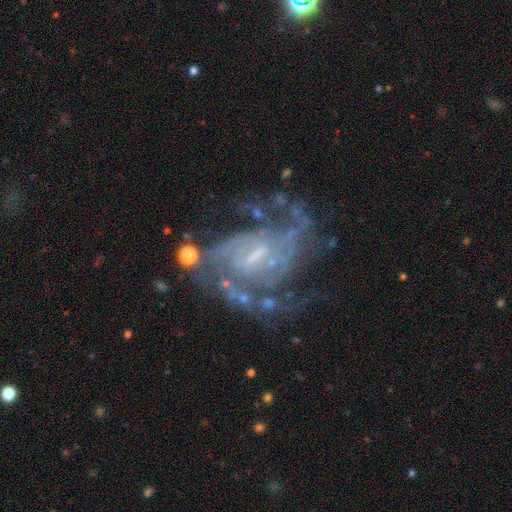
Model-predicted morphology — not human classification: smooth-or-featured: featured or disk: 88% | star or artifact: 7% | smooth: 5%
  disk-edge-on: no: 98% | yes: 2%
    bar: weak: 56% | no: 22% | strong: 22%
    has-spiral-arms: yes: 95% | no: 5%
      spiral-winding: medium: 49% | tight: 35% | loose: 16%
      spiral-arm-count: 2: 45% | can't tell: 21% | 3: 17% | 4: 7% | 1: 5% | more than 4: 5%
    bulge-size: small: 54% | none: 22% | moderate: 22% | large: 2% | dominant: 1%
  merging: none: 58% | minor disturbance: 19% | major disturbance: 19% | merger: 4%